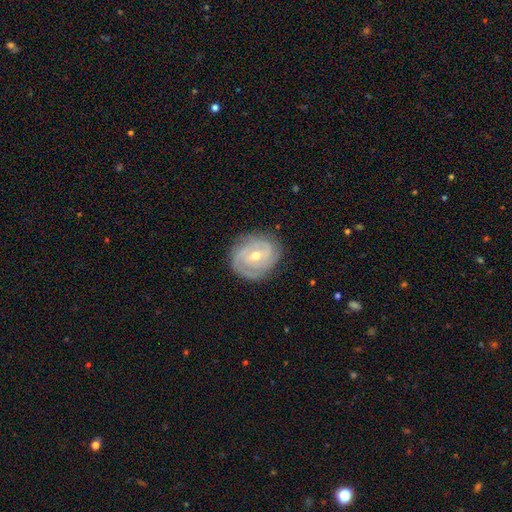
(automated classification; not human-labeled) smooth_or_featured: featured or disk (p=0.84) [alt: smooth p=0.10]
disk_edge_on: no (p=0.97) [alt: yes p=0.03]
bar: weak (p=0.47) [alt: no p=0.35]
has_spiral_arms: yes (p=0.95) [alt: no p=0.05]
spiral_winding: tight (p=0.66) [alt: medium p=0.28]
spiral_arm_count: 2 (p=0.43) [alt: 3 p=0.25]
bulge_size: moderate (p=0.53) [alt: small p=0.44]
merging: none (p=0.80) [alt: minor disturbance p=0.14]